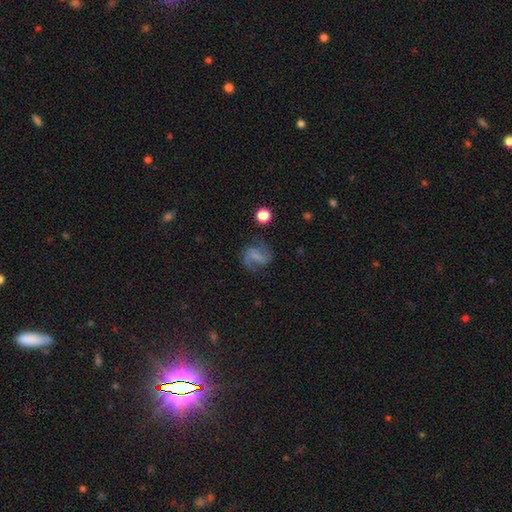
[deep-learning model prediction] Q: Smooth or featured?
A: featured or disk (57%); runner-up: smooth (30%)
Q: Edge-on disk?
A: no (97%); runner-up: yes (3%)
Q: Bar?
A: strong (38%); runner-up: weak (36%)
Q: Spiral arms?
A: yes (82%); runner-up: no (18%)
Q: Bulge size?
A: none (60%); runner-up: small (22%)
Q: Merging?
A: none (62%); runner-up: minor disturbance (19%)